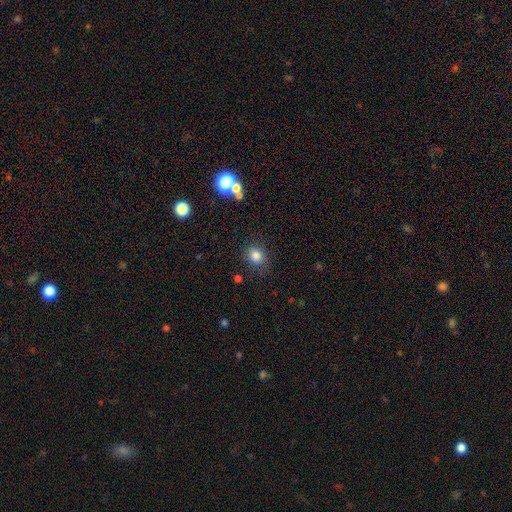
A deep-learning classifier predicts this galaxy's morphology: A smooth galaxy with no disk features (82%) that is round (61%).

Vote fractions:
- Smooth or featured? smooth: 82% / star or artifact: 12% / featured or disk: 6%
- How rounded? round: 61% / in between: 38% / cigar-shaped: 1%
- Merging? none: 78% / minor disturbance: 14% / major disturbance: 5% / merger: 3%